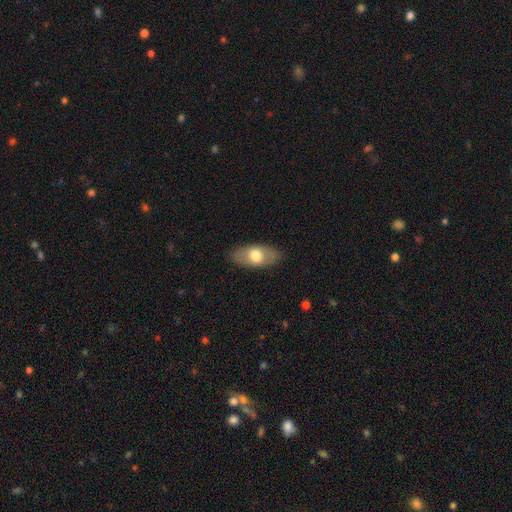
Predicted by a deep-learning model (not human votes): smooth 63%, featured or disk 31%, star or artifact 6%. Down the decision tree: how rounded — in between (90%); merging — none (85%).